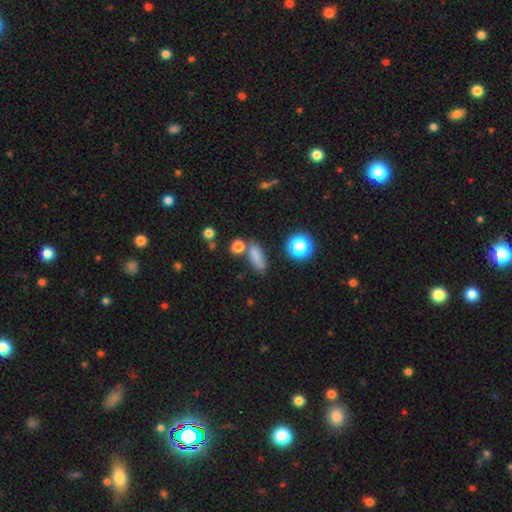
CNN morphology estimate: Smooth or featured? smooth (77%)
How rounded? in between (60%)
Merging? none (60%)